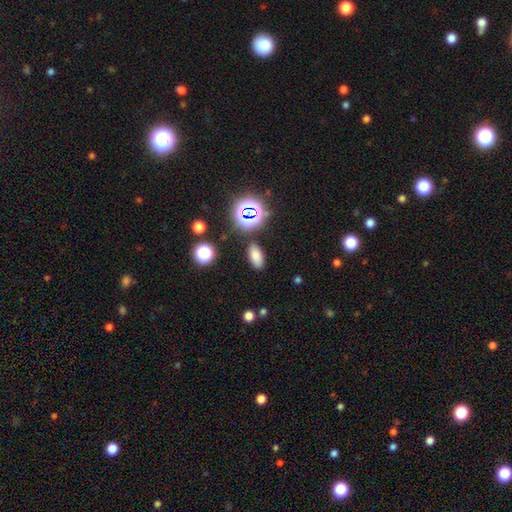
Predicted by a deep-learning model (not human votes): Overall: smooth (73%). How rounded: in between (88%). Merging: none (85%).